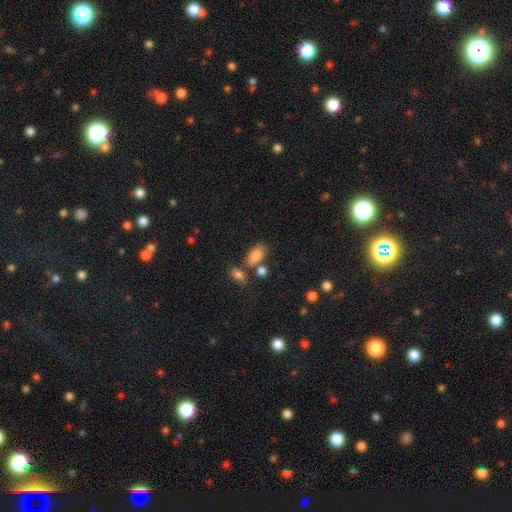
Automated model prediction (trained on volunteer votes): This is clearly a smooth galaxy (83%). How rounded: clearly in between (90%). Merging: possibly none (59%).